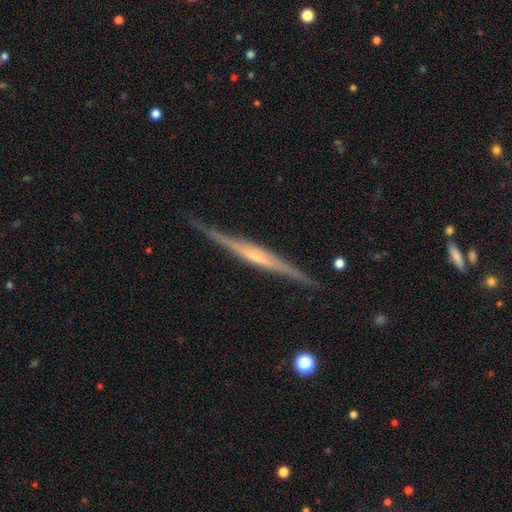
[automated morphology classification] A featured or disk galaxy (82%) viewed edge-on (98%) with a rounded central bulge (60%).

Vote fractions:
- Smooth or featured? featured or disk: 82% / smooth: 12% / star or artifact: 5%
- Edge-on disk? yes: 98% / no: 2%
- Edge-on bulge? rounded: 60% / none: 28% / boxy: 13%
- Merging? none: 86% / minor disturbance: 11% / major disturbance: 2% / merger: 1%